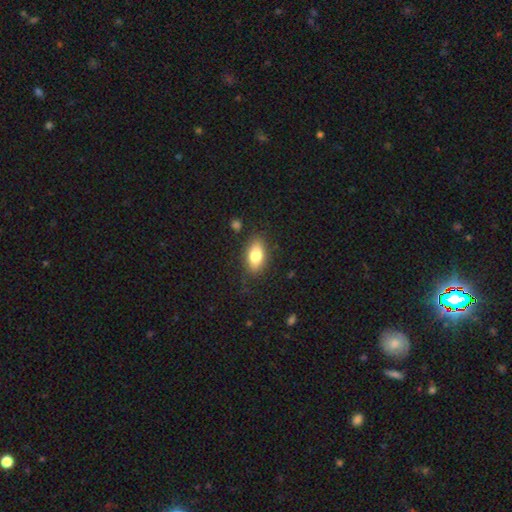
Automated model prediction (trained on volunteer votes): smooth-or-featured: smooth: 79% | featured or disk: 14% | star or artifact: 8%
  how-rounded: in between: 87% | round: 7% | cigar-shaped: 6%
  merging: none: 83% | minor disturbance: 12% | major disturbance: 3% | merger: 2%